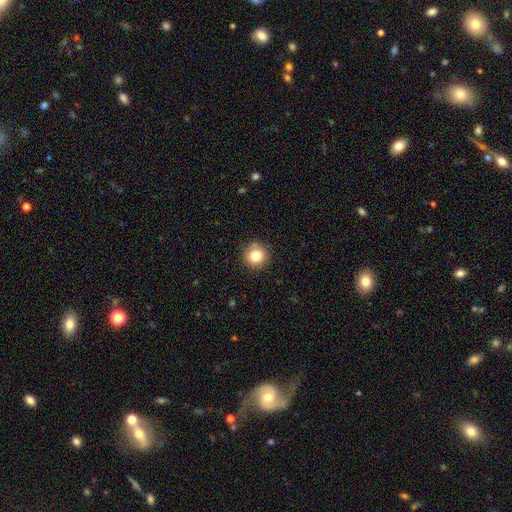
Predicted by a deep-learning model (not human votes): A smooth galaxy with no disk features (81%) that is round (95%).

Vote fractions:
- Smooth or featured? smooth: 81% / star or artifact: 12% / featured or disk: 8%
- How rounded? round: 95% / in between: 4% / cigar-shaped: 1%
- Merging? none: 89% / minor disturbance: 7% / major disturbance: 2% / merger: 1%